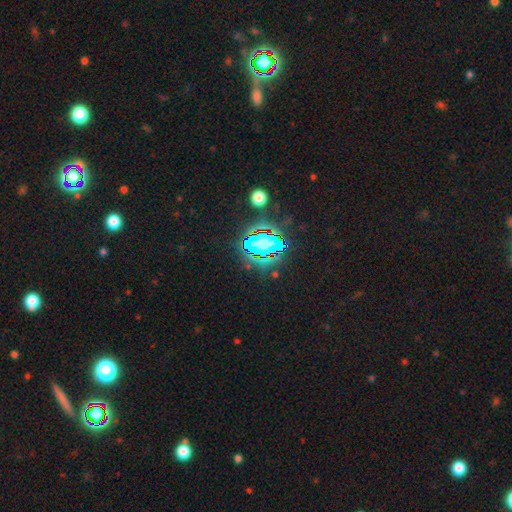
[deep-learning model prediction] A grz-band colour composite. It shows a star or artifact, not a galaxy (81%).